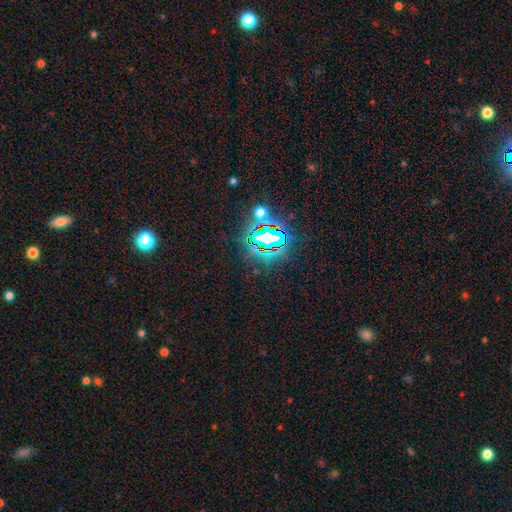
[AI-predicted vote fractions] Q: Smooth or featured?
A: star or artifact (82%); runner-up: smooth (11%)